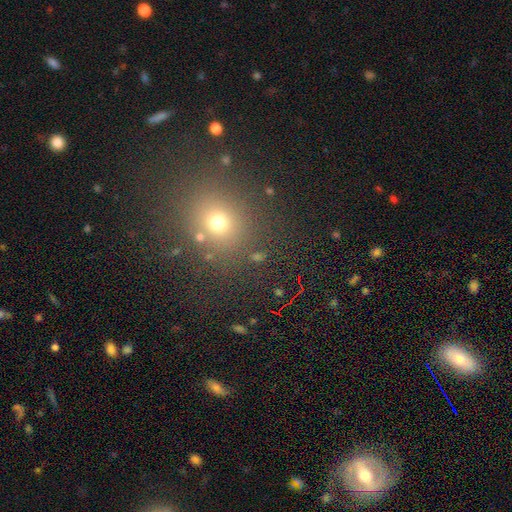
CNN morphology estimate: This is likely a smooth galaxy (62%). How rounded: likely round (77%). Merging: clearly none (85%).